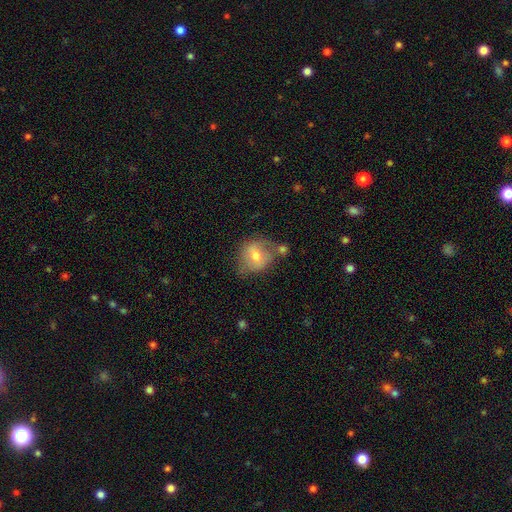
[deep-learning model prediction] A smooth galaxy with no disk features (52%) that is round (65%). Merging: none (50%).